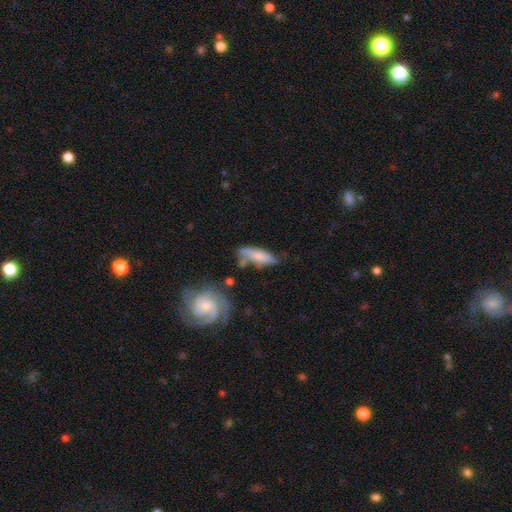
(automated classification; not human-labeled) This appears to be a smooth galaxy with no disk features (65%) that is cigar-shaped (52%). Merging: none (45%).